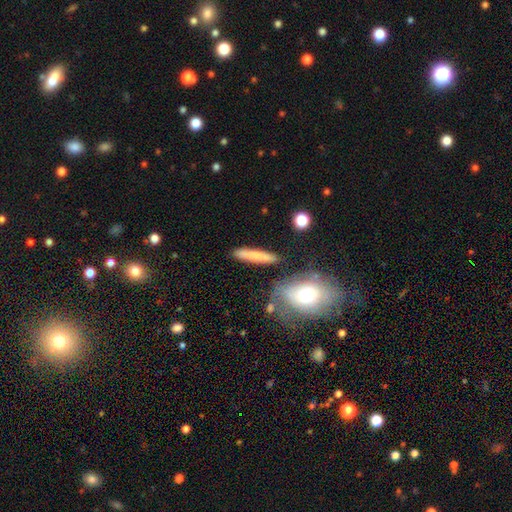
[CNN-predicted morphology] Smooth or featured?
  - smooth: 72% *
  - featured or disk: 20%
  - star or artifact: 8%
How rounded?
  - cigar-shaped: 87% *
  - in between: 10%
  - round: 2%
Merging?
  - none: 85% *
  - minor disturbance: 9%
  - merger: 3%
  - major disturbance: 2%